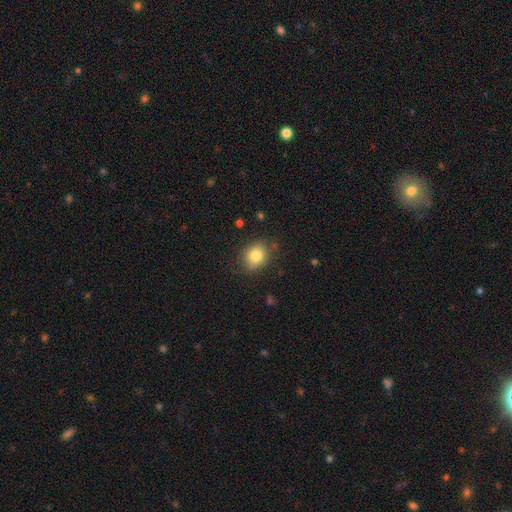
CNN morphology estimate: This appears to be a smooth galaxy with no disk features (82%) that is round (53%). Merging: none (82%).